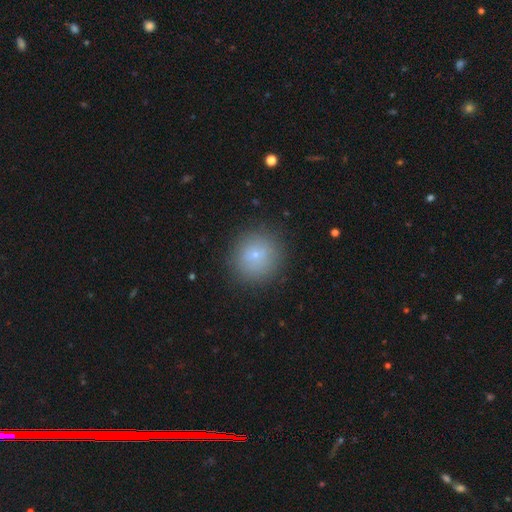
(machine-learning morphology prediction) A smooth galaxy with no disk features (72%) that is round (92%).

Vote fractions:
- Smooth or featured? smooth: 72% / featured or disk: 16% / star or artifact: 13%
- How rounded? round: 92% / in between: 7% / cigar-shaped: 1%
- Merging? none: 86% / minor disturbance: 9% / major disturbance: 3% / merger: 2%